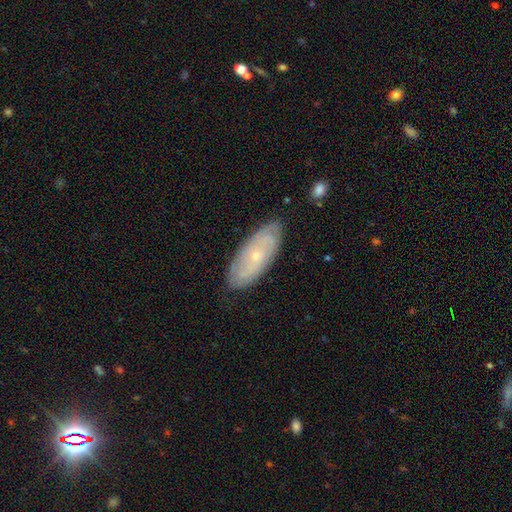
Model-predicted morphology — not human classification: Smooth or featured? Predicted: featured or disk (p=0.62). Edge-on disk? Predicted: no (p=0.87). Bar? Predicted: no (p=0.82). Spiral arms? Predicted: yes (p=0.80). Bulge size? Predicted: small (p=0.78). Merging? Predicted: none (p=0.81).